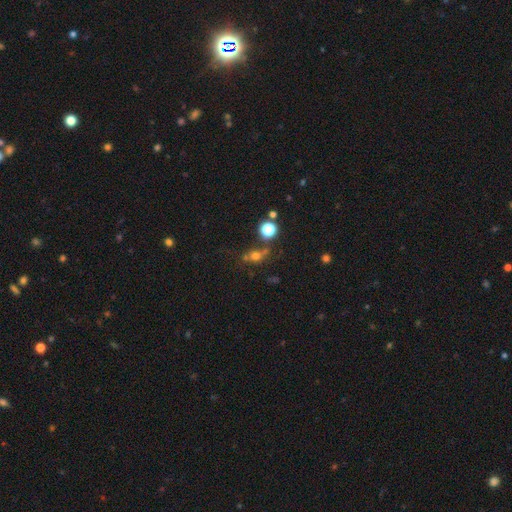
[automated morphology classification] A smooth galaxy with no disk features (57%) that is round (71%).

Vote fractions:
- Smooth or featured? smooth: 57% / star or artifact: 28% / featured or disk: 15%
- How rounded? round: 71% / in between: 25% / cigar-shaped: 4%
- Merging? none: 59% / merger: 18% / minor disturbance: 14% / major disturbance: 8%